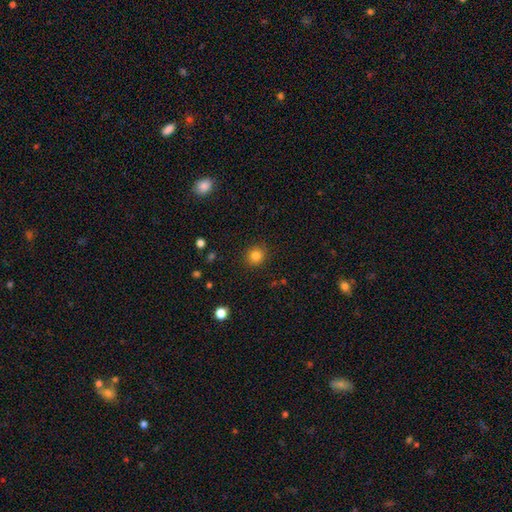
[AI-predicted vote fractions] Smooth or featured: smooth — 82% (star or artifact — 12%)
How rounded: round — 90% (in between — 9%)
Merging: none — 90% (minor disturbance — 7%)